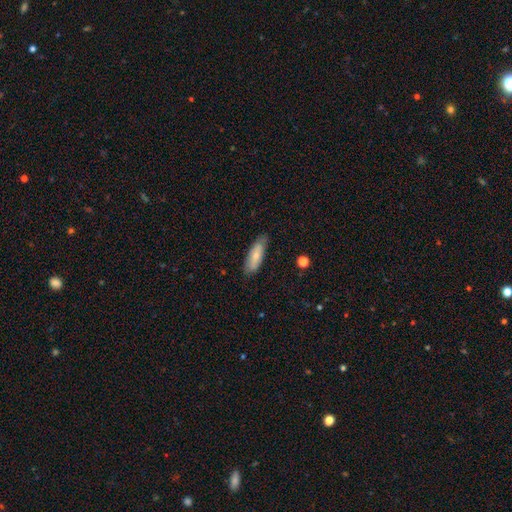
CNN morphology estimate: Smooth or featured: smooth — 73% (featured or disk — 21%)
How rounded: in between — 54% (cigar-shaped — 44%)
Merging: none — 79% (minor disturbance — 17%)